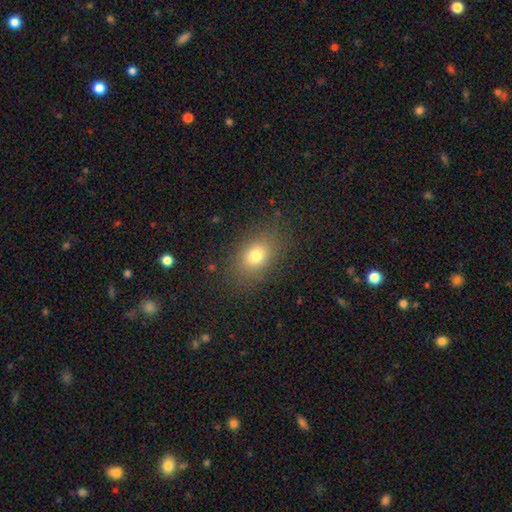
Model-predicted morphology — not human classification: Smooth or featured?
  - smooth: 76% *
  - star or artifact: 12%
  - featured or disk: 11%
How rounded?
  - in between: 74% *
  - round: 24%
  - cigar-shaped: 2%
Merging?
  - none: 83% *
  - minor disturbance: 11%
  - major disturbance: 5%
  - merger: 1%